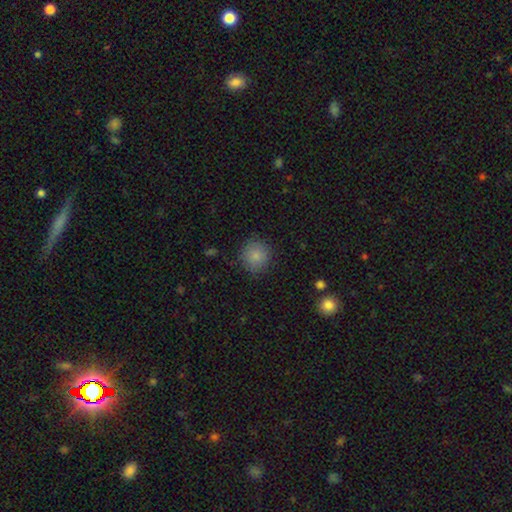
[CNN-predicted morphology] Overall: smooth (85%). How rounded: round (91%). Merging: none (85%).